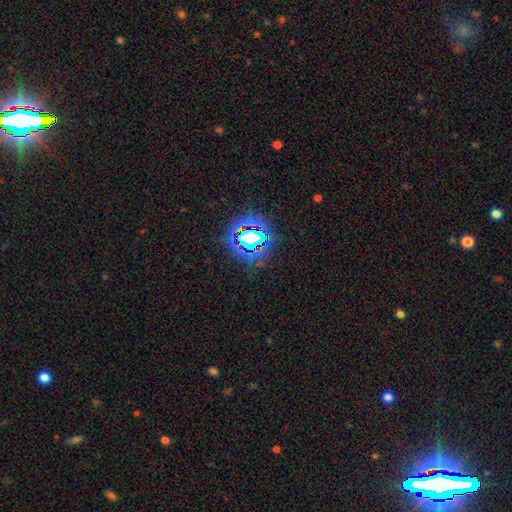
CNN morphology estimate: Q: Smooth or featured?
A: star or artifact (81%); runner-up: smooth (12%)